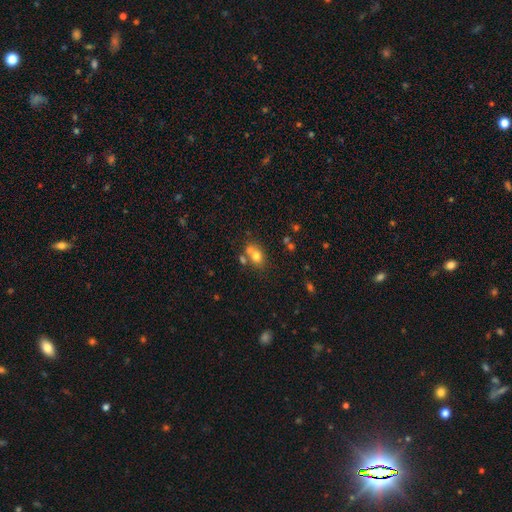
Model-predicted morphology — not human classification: A smooth galaxy with no disk features (70%) that is in between round and cigar-shaped (50%). Merging: none (47%).